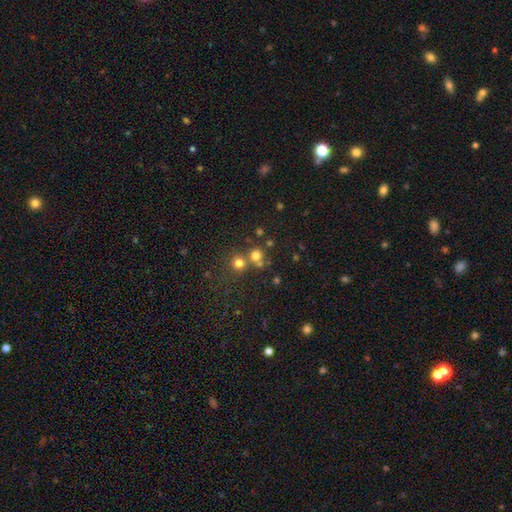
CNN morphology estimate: This appears to be a smooth galaxy with no disk features (72%) that is round (90%). Merging: none (59%).